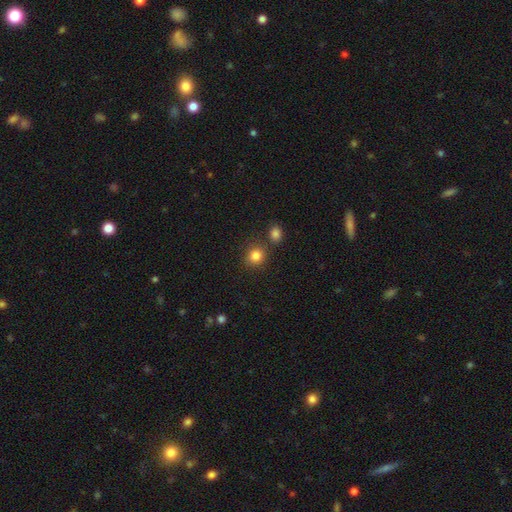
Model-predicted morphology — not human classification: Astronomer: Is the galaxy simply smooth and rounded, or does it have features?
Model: smooth — 83%.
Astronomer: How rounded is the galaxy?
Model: round — 83%.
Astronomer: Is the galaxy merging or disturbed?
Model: none — 77%.